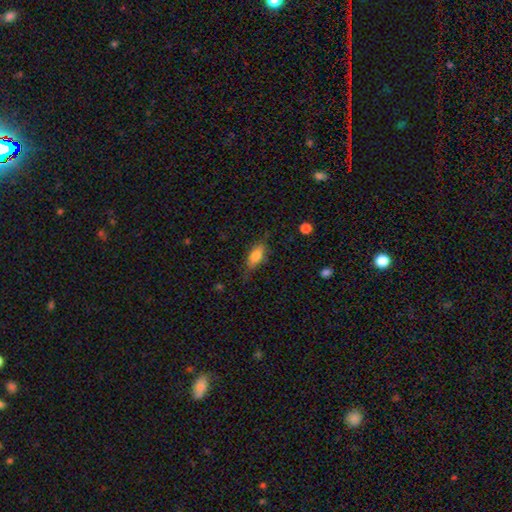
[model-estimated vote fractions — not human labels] Q: Smooth or featured?
A: smooth (74%); runner-up: featured or disk (18%)
Q: How rounded?
A: in between (76%); runner-up: cigar-shaped (20%)
Q: Merging?
A: none (68%); runner-up: minor disturbance (24%)